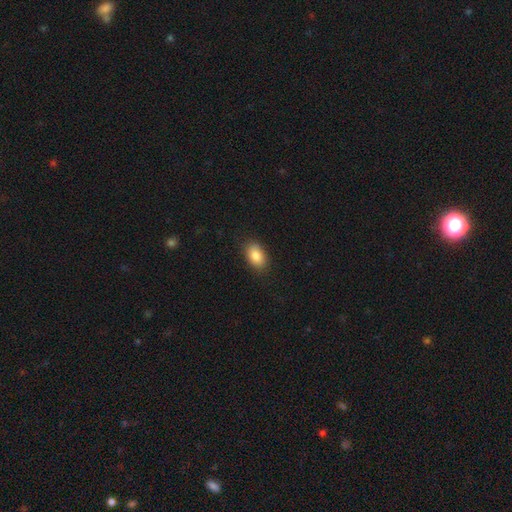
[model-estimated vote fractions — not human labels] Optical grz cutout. It shows a smooth galaxy with no disk features (87%) that is in between round and cigar-shaped (87%). Merging: none (85%).